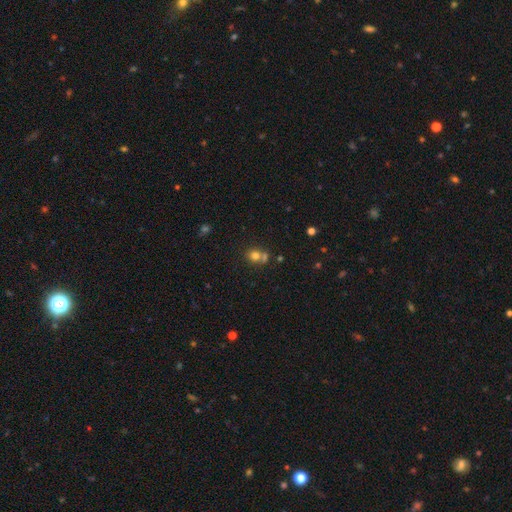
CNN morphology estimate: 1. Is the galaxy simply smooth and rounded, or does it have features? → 74% smooth, 15% star or artifact, 11% featured or disk.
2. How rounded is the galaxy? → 78% round, 21% in between, 1% cigar-shaped.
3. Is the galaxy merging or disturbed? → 46% none, 42% merger, 9% minor disturbance, 4% major disturbance.